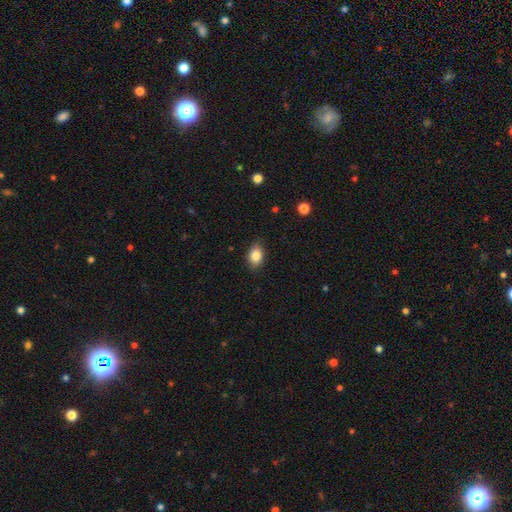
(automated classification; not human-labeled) smooth 85%, star or artifact 8%, featured or disk 7%. Down the decision tree: how rounded — in between (78%); merging — none (84%).